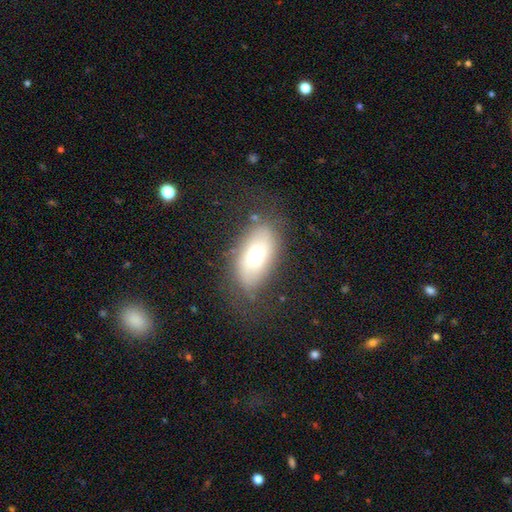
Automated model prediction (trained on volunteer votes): smooth_or_featured: smooth (p=0.64) [alt: featured or disk p=0.28]
how_rounded: in between (p=0.89) [alt: round p=0.06]
merging: none (p=0.68) [alt: minor disturbance p=0.20]